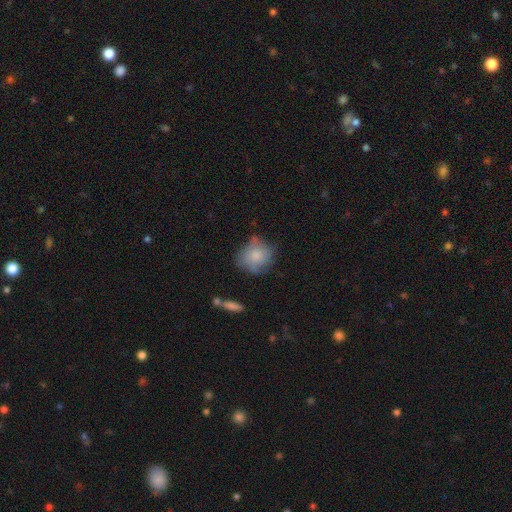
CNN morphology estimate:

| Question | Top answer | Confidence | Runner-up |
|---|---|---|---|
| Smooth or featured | smooth | 70% | featured or disk (22%) |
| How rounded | round | 77% | in between (22%) |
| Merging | none | 52% | minor disturbance (31%) |